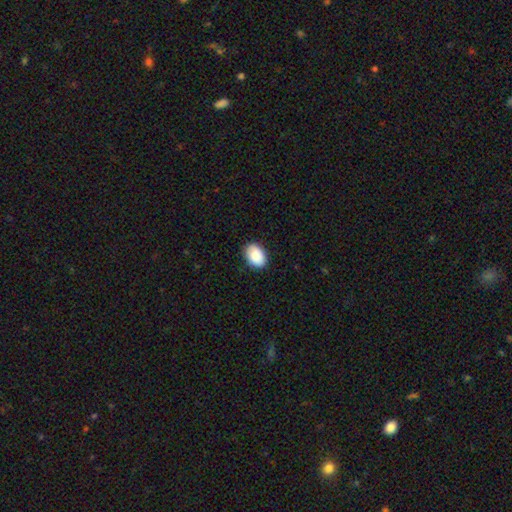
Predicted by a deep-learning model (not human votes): Smooth or featured?
  - smooth: 87% *
  - star or artifact: 7%
  - featured or disk: 6%
How rounded?
  - in between: 84% *
  - round: 15%
  - cigar-shaped: 1%
Merging?
  - none: 87% *
  - minor disturbance: 11%
  - major disturbance: 2%
  - merger: 1%